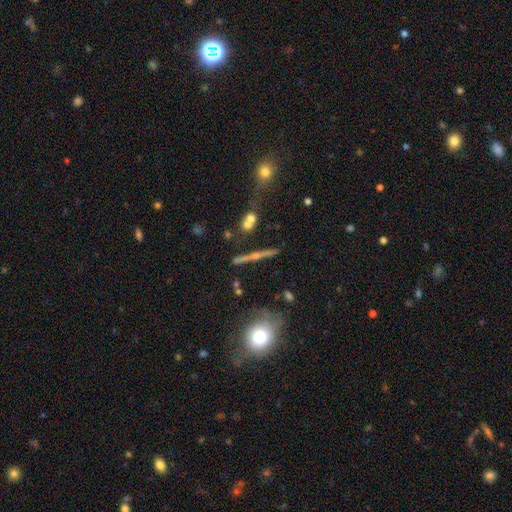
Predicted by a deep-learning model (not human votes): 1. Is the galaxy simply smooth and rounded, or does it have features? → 68% featured or disk, 20% smooth, 12% star or artifact.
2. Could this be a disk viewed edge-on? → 94% yes, 6% no.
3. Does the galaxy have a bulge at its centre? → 74% rounded, 19% none, 7% boxy.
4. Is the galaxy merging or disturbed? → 80% none, 10% minor disturbance, 6% merger, 4% major disturbance.